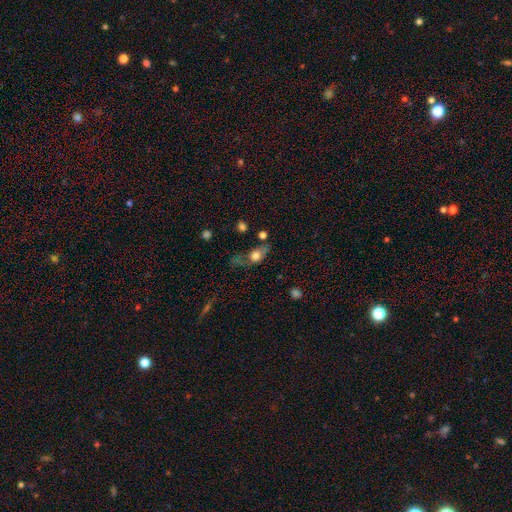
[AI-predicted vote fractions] This appears to be a smooth galaxy with no disk features (65%) that is in between round and cigar-shaped (56%). Merging: none (41%).